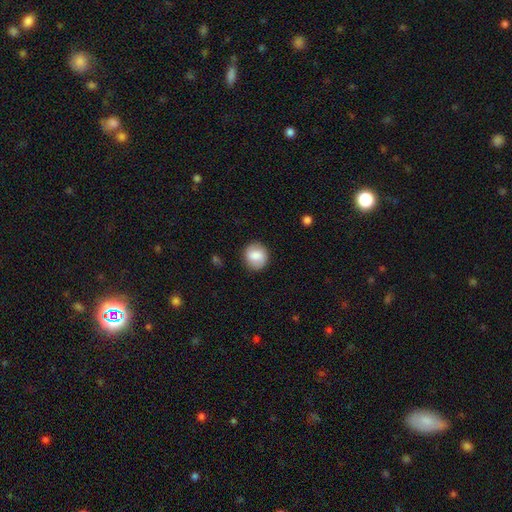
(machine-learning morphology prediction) Q: Smooth or featured?
A: smooth (76%); runner-up: featured or disk (16%)
Q: How rounded?
A: round (82%); runner-up: in between (17%)
Q: Merging?
A: none (85%); runner-up: minor disturbance (10%)